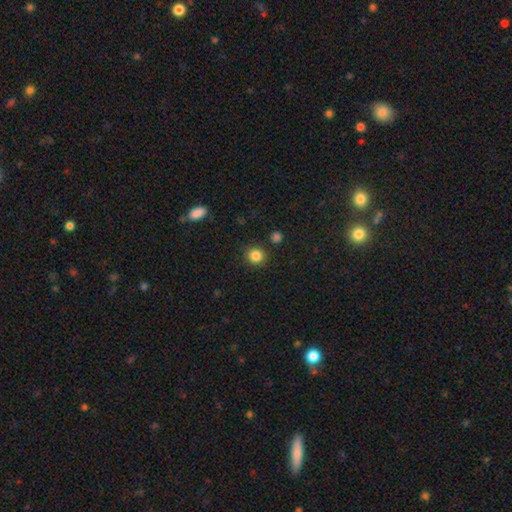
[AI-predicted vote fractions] smooth-or-featured: smooth: 85% | star or artifact: 11% | featured or disk: 4%
  how-rounded: round: 90% | in between: 9% | cigar-shaped: 1%
  merging: none: 87% | minor disturbance: 7% | merger: 3% | major disturbance: 2%